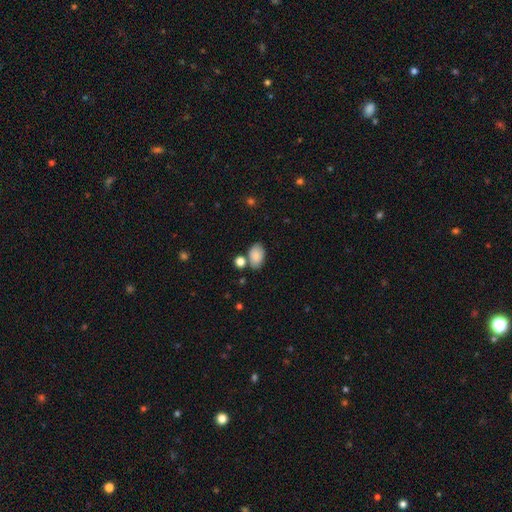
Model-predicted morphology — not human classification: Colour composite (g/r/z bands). It shows a smooth galaxy with no disk features (86%) that is in between round and cigar-shaped (90%). Merging: none (68%).